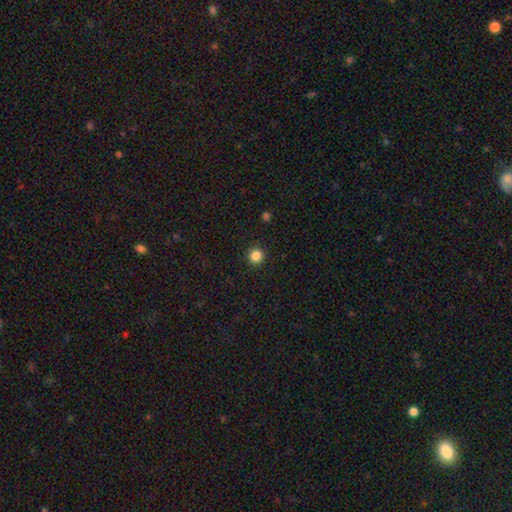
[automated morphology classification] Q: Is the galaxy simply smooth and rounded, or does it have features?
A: smooth — 85%.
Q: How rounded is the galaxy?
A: round — 93%.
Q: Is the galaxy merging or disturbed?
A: none — 92%.